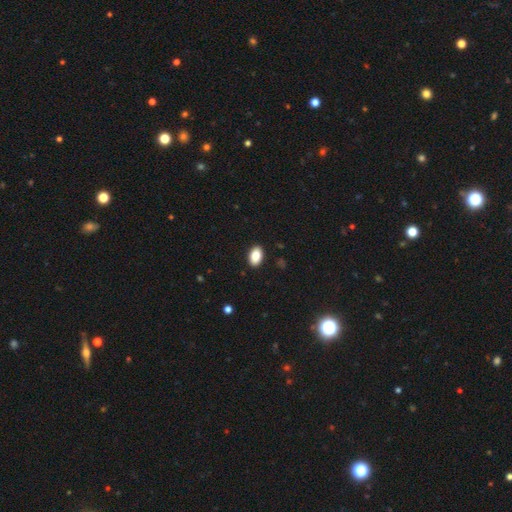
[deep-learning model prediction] smooth_or_featured: smooth (p=0.85) [alt: featured or disk p=0.07]
how_rounded: in between (p=0.92) [alt: round p=0.07]
merging: none (p=0.91) [alt: minor disturbance p=0.07]